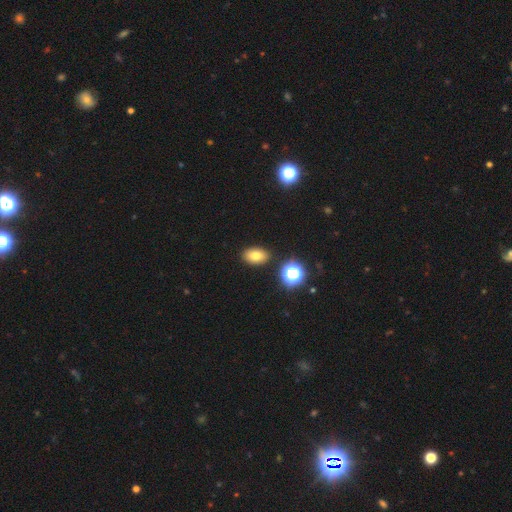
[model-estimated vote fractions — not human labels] Smooth or featured? smooth (77%)
How rounded? in between (84%)
Merging? none (87%)